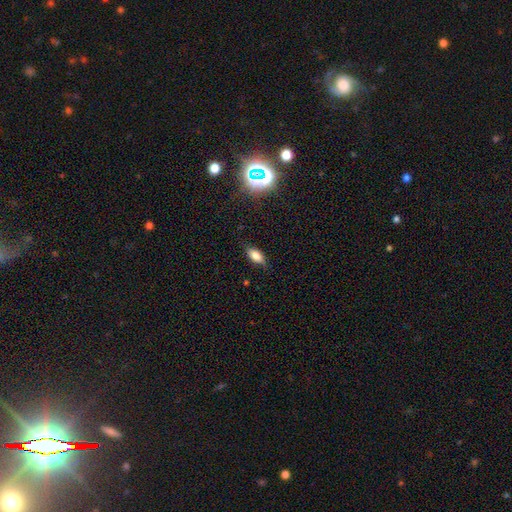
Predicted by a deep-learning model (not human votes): Smooth or featured?
  - smooth: 73% *
  - featured or disk: 16%
  - star or artifact: 11%
How rounded?
  - in between: 84% *
  - cigar-shaped: 12%
  - round: 4%
Merging?
  - none: 78% *
  - minor disturbance: 17%
  - major disturbance: 4%
  - merger: 1%